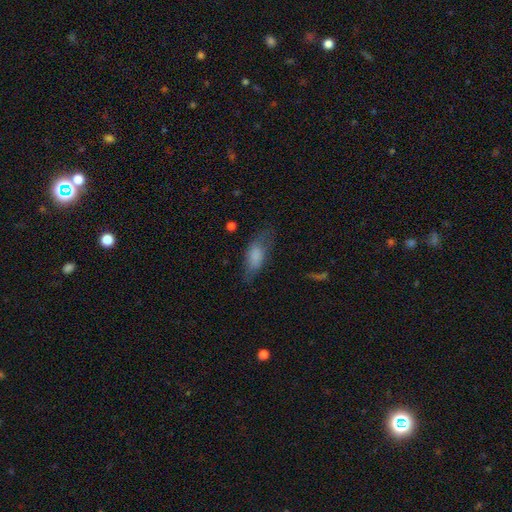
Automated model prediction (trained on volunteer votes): A smooth galaxy with no disk features (75%) that is in between round and cigar-shaped (81%).

Vote fractions:
- Smooth or featured? smooth: 75% / featured or disk: 17% / star or artifact: 8%
- How rounded? in between: 81% / cigar-shaped: 16% / round: 3%
- Merging? none: 53% / minor disturbance: 28% / major disturbance: 17% / merger: 2%